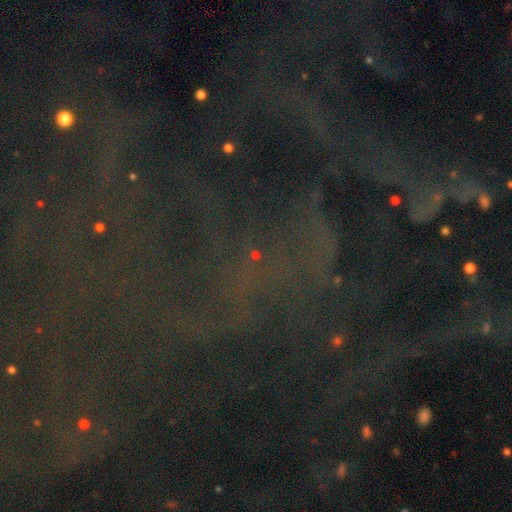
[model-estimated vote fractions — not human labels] Overall: star or artifact (81%).